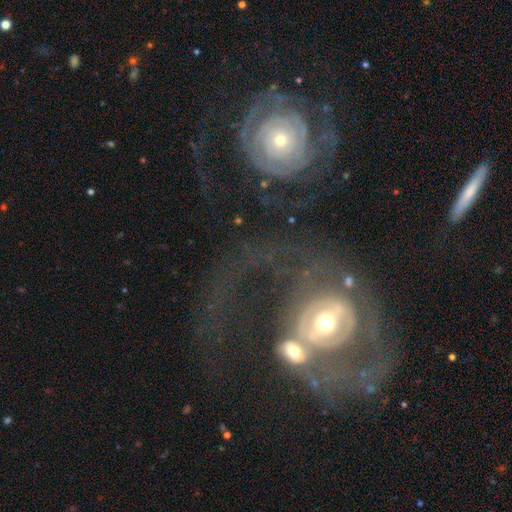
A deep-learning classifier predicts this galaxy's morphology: featured or disk 73%, smooth 18%, star or artifact 8%. Down the decision tree: edge-on disk — no (96%); bar — no (64%); spiral arms — yes (68%); bulge size — moderate (51%); merging — major disturbance (33%).